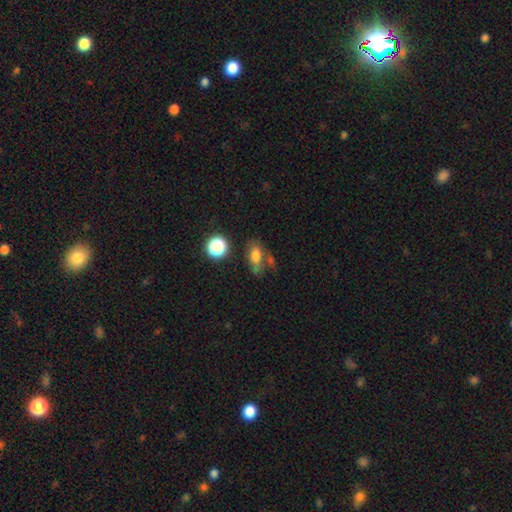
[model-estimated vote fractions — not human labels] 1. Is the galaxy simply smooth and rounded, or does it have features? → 67% smooth, 18% featured or disk, 15% star or artifact.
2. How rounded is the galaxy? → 74% in between, 16% round, 10% cigar-shaped.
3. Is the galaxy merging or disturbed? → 50% none, 22% minor disturbance, 15% merger, 13% major disturbance.